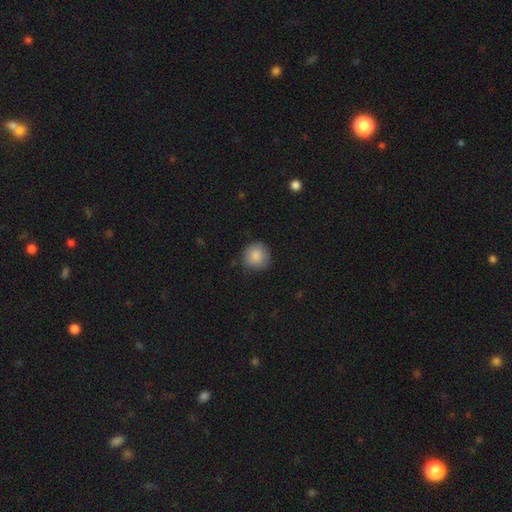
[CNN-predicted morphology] Q: Smooth or featured?
A: smooth (87%); runner-up: star or artifact (8%)
Q: How rounded?
A: round (92%); runner-up: in between (7%)
Q: Merging?
A: none (82%); runner-up: minor disturbance (14%)